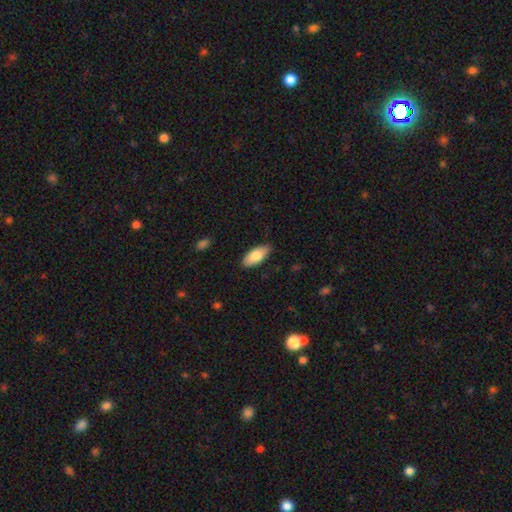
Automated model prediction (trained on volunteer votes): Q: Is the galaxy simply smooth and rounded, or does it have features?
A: smooth — 81%.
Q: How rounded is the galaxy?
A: in between — 88%.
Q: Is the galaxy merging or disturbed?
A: none — 85%.